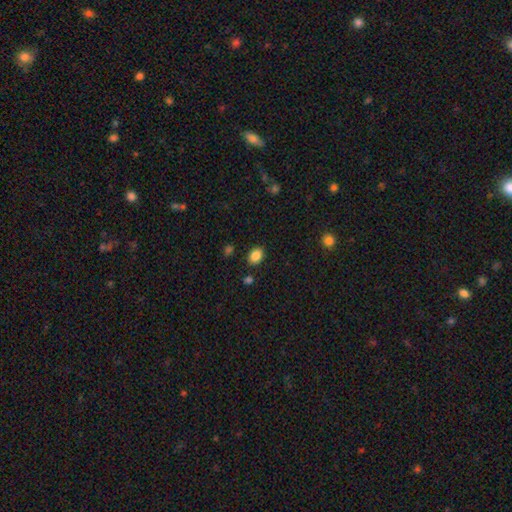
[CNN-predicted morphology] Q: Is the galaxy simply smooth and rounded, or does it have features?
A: smooth — 86%.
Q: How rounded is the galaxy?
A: in between — 70%.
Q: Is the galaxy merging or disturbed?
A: none — 86%.